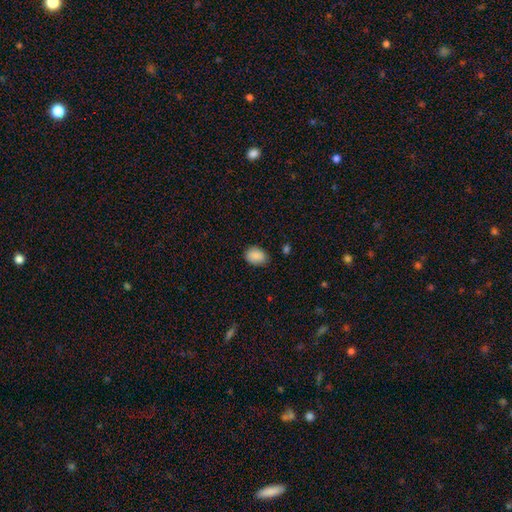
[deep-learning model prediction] This is clearly a smooth galaxy (89%). How rounded: likely in between (76%). Merging: clearly none (81%).